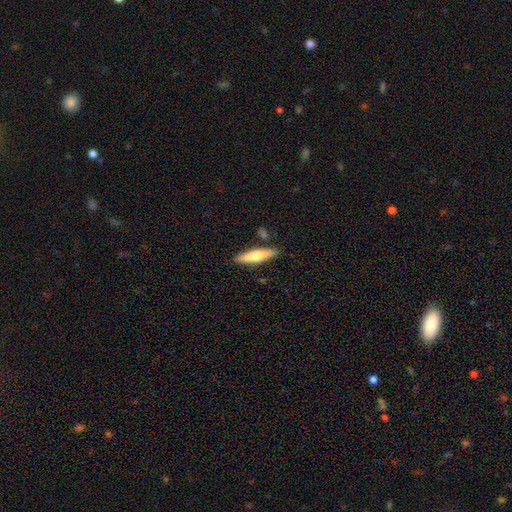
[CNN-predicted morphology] The model was most divided on "smooth or featured": smooth: 61%, featured or disk: 34%, star or artifact: 6%. More confident: merging — none (84%); how rounded — cigar-shaped (76%).